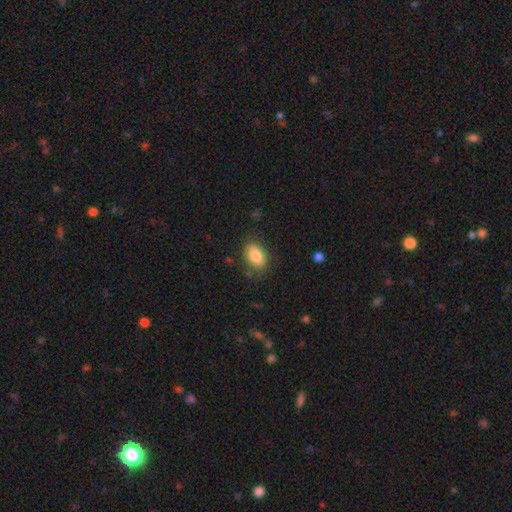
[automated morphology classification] smooth-or-featured: smooth: 85% | star or artifact: 7% | featured or disk: 7%
  how-rounded: in between: 89% | round: 9% | cigar-shaped: 2%
  merging: none: 82% | minor disturbance: 13% | major disturbance: 4% | merger: 2%